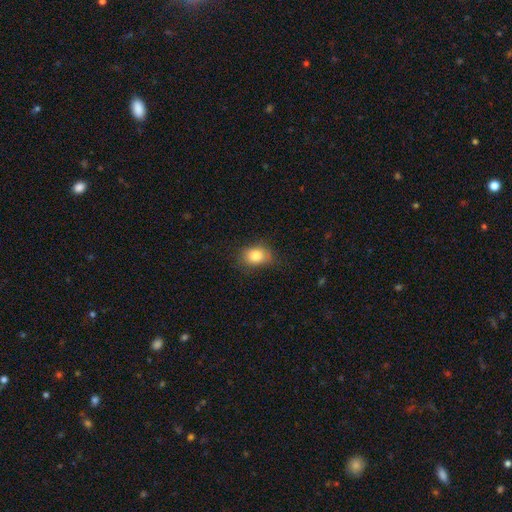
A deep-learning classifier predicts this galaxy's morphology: A smooth galaxy with no disk features (82%) that is in between round and cigar-shaped (61%). Merging: none (72%).